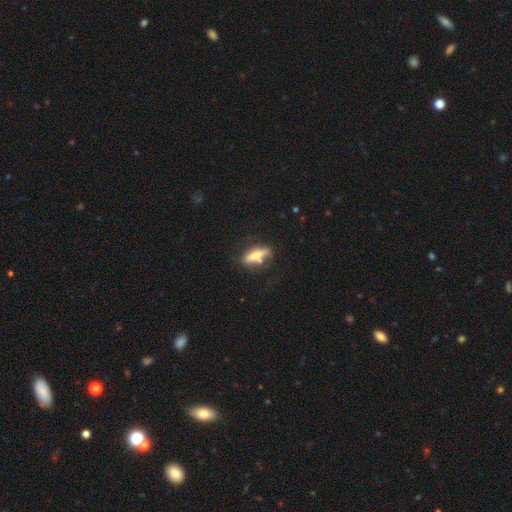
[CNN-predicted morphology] smooth_or_featured: smooth (p=0.49) [alt: featured or disk p=0.44]
merging: none (p=0.71) [alt: minor disturbance p=0.16]